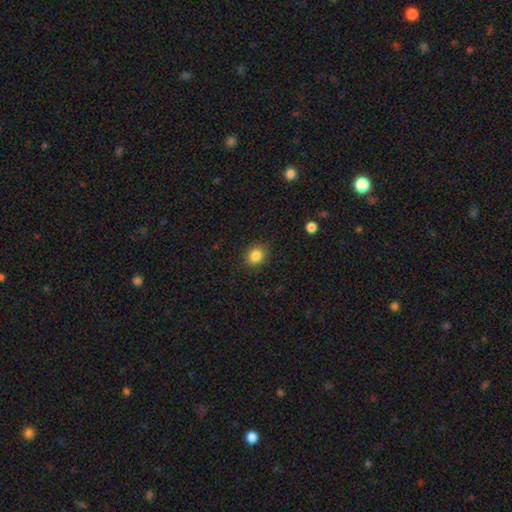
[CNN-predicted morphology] smooth_or_featured: smooth (p=0.84) [alt: star or artifact p=0.11]
how_rounded: round (p=0.71) [alt: in between p=0.28]
merging: none (p=0.89) [alt: minor disturbance p=0.08]